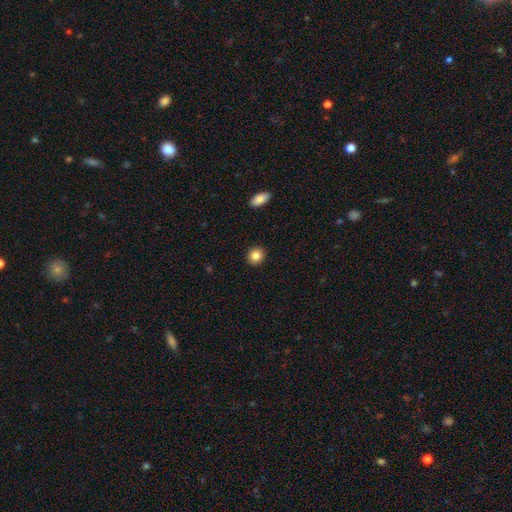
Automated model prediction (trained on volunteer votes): This appears to be a smooth galaxy with no disk features (84%) that is round (77%). Merging: none (91%).